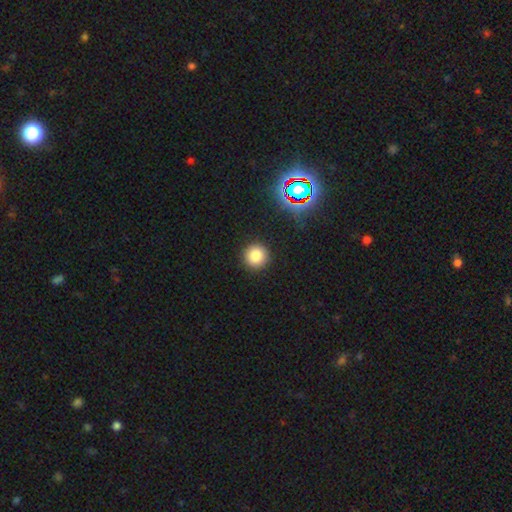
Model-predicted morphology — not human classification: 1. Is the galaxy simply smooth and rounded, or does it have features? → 82% smooth, 13% star or artifact, 5% featured or disk.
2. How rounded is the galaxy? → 95% round, 4% in between, 1% cigar-shaped.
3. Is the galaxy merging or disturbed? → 91% none, 6% minor disturbance, 2% major disturbance, 1% merger.